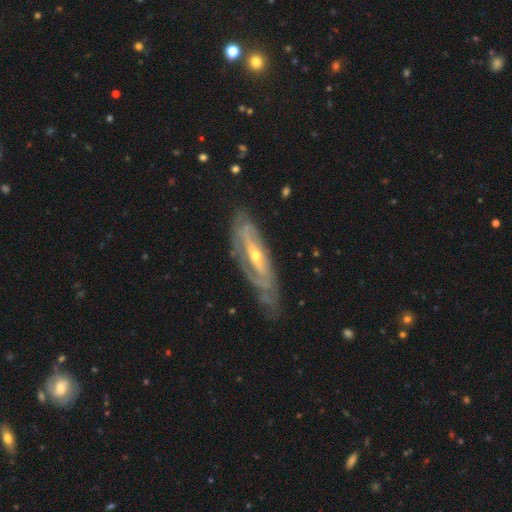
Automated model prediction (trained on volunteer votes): The model was most divided on "spiral arm count": can't tell: 40%, 2: 38%, 1: 9%, 3: 7%, 4: 3%, more than 4: 3%. More confident: spiral arms — yes (83%); smooth or featured — featured or disk (82%); edge-on disk — no (80%); merging — none (59%); spiral winding — tight (57%); bulge size — small (52%); bar — no (51%).